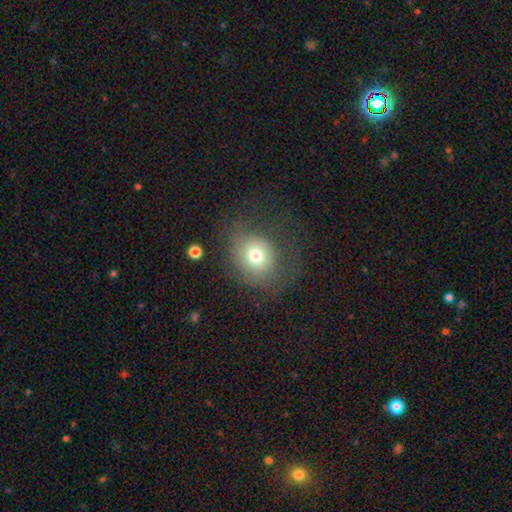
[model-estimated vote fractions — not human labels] smooth-or-featured: smooth: 71% | featured or disk: 17% | star or artifact: 13%
  how-rounded: round: 73% | in between: 26% | cigar-shaped: 1%
  merging: none: 62% | minor disturbance: 18% | major disturbance: 18% | merger: 2%